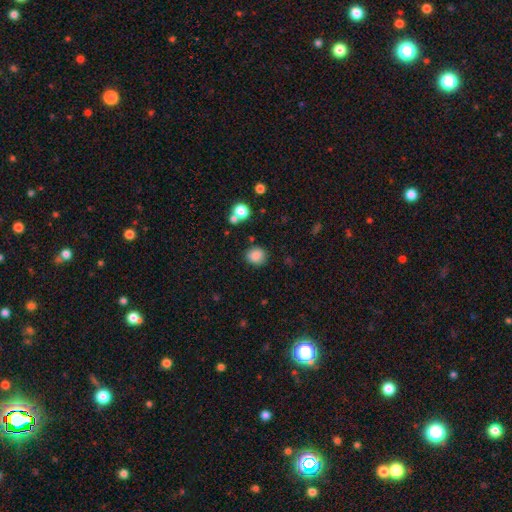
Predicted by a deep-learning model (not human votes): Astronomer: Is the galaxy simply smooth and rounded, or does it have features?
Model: smooth — 85%.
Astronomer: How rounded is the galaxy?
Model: round — 78%.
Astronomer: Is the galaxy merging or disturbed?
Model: none — 82%.